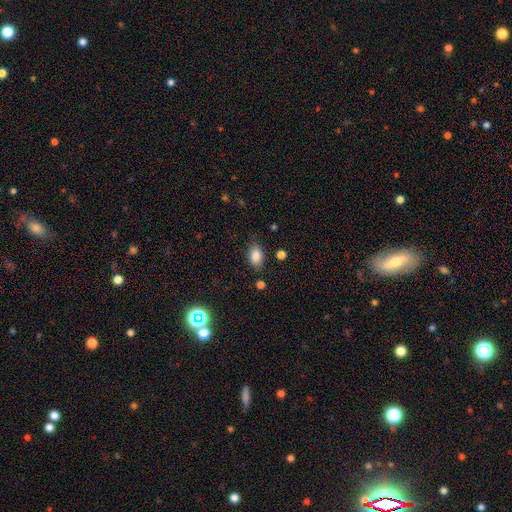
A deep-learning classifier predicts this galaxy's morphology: A smooth galaxy with no disk features (84%) that is in between round and cigar-shaped (86%).

Vote fractions:
- Smooth or featured? smooth: 84% / star or artifact: 9% / featured or disk: 6%
- How rounded? in between: 86% / round: 12% / cigar-shaped: 2%
- Merging? none: 78% / minor disturbance: 16% / major disturbance: 4% / merger: 2%